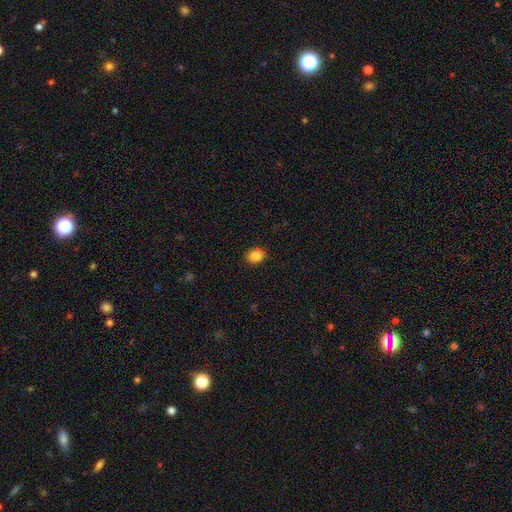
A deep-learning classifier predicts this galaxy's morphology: Smooth or featured? Predicted: smooth (p=0.86). How rounded? Predicted: round (p=0.53). Merging? Predicted: none (p=0.87).